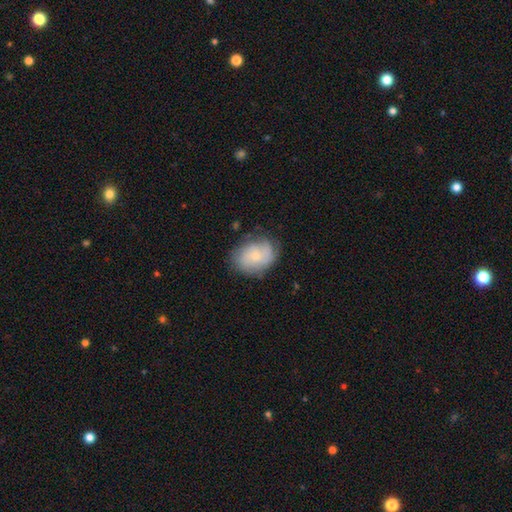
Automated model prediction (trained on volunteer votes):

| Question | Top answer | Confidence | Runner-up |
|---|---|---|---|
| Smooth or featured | smooth | 57% | featured or disk (35%) |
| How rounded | in between | 64% | round (35%) |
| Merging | none | 67% | minor disturbance (23%) |